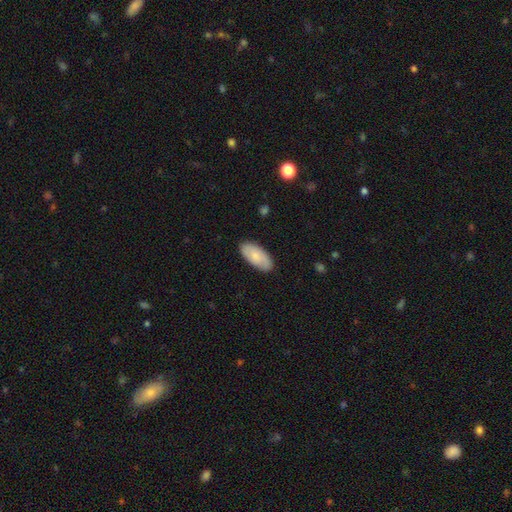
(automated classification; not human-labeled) This is likely a smooth galaxy (70%). How rounded: clearly in between (93%). Merging: clearly none (85%).